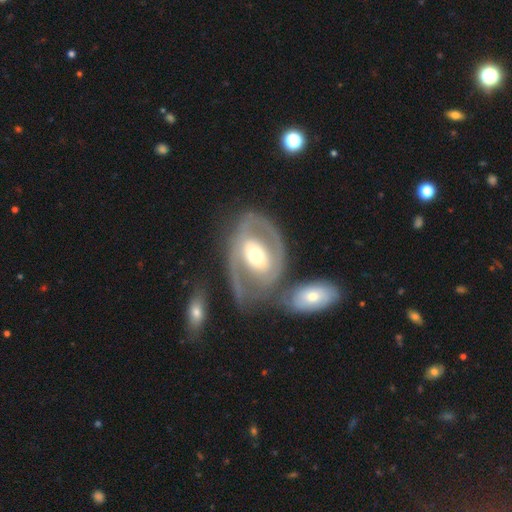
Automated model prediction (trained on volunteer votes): smooth-or-featured: featured or disk: 79% | smooth: 16% | star or artifact: 5%
  disk-edge-on: no: 95% | yes: 5%
    bar: no: 46% | weak: 32% | strong: 22%
    has-spiral-arms: yes: 75% | no: 25%
      spiral-winding: tight: 46% | medium: 39% | loose: 15%
      spiral-arm-count: 2: 71% | can't tell: 14% | 1: 9% | 3: 4% | 4: 2% | more than 4: 2%
    bulge-size: moderate: 66% | small: 19% | large: 12% | dominant: 2% | none: 1%
  merging: none: 52% | merger: 21% | minor disturbance: 16% | major disturbance: 12%